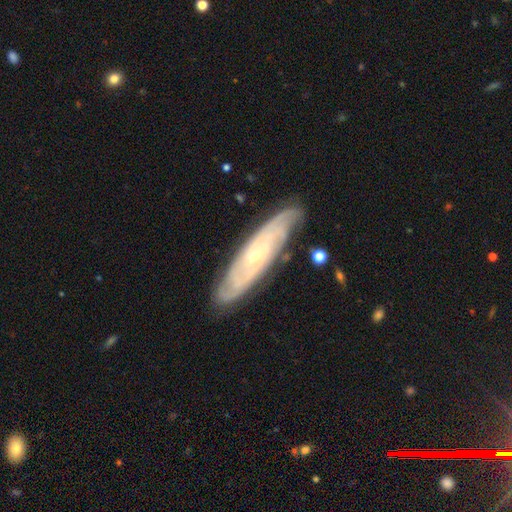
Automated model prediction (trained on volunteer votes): Q: Smooth or featured?
A: featured or disk (84%); runner-up: smooth (11%)
Q: Edge-on disk?
A: no (79%); runner-up: yes (21%)
Q: Bar?
A: no (72%); runner-up: weak (21%)
Q: Spiral arms?
A: yes (95%); runner-up: no (5%)
Q: Spiral winding?
A: tight (75%); runner-up: medium (21%)
Q: Spiral arm count?
A: can't tell (40%); runner-up: 2 (21%)
Q: Bulge size?
A: small (79%); runner-up: moderate (18%)
Q: Merging?
A: none (82%); runner-up: minor disturbance (13%)